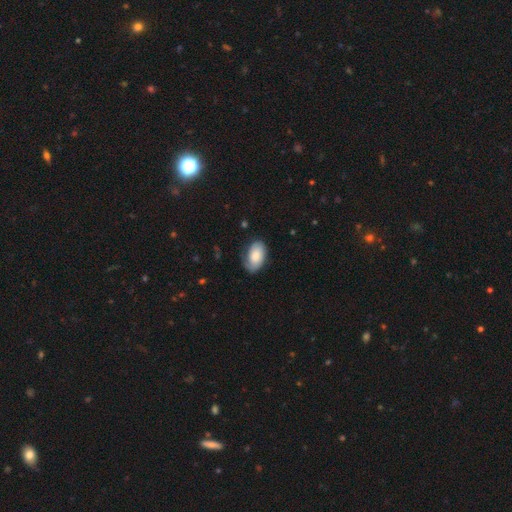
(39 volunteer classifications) This is possibly a smooth galaxy (59%). How rounded: clearly in between (87%). Merging: possibly none (58%).